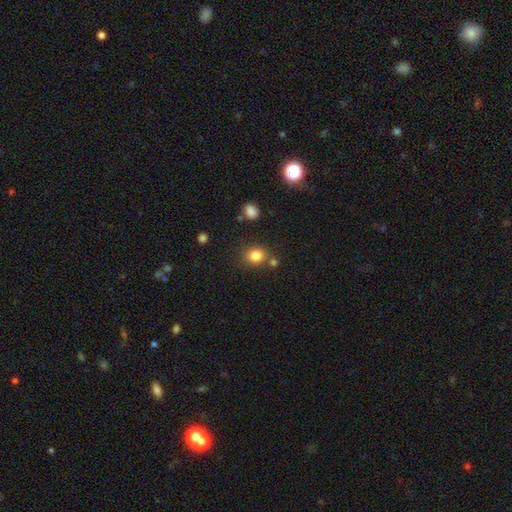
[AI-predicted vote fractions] Morphology: type=smooth (83%); roundness=round (66%); merging=none (73%).